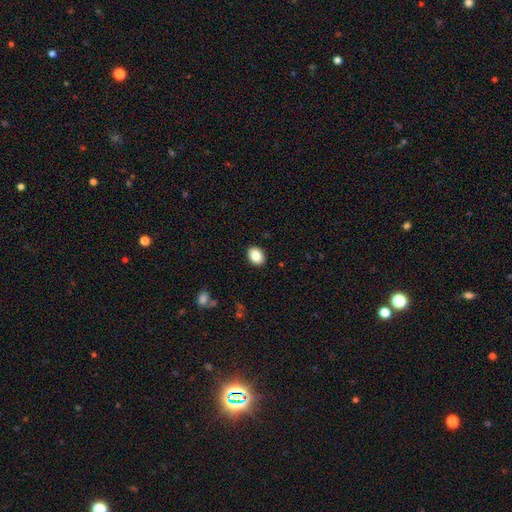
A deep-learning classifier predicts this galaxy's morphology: smooth-or-featured: smooth: 85% | star or artifact: 8% | featured or disk: 7%
  how-rounded: in between: 66% | round: 33% | cigar-shaped: 1%
  merging: none: 91% | minor disturbance: 7% | major disturbance: 2% | merger: 1%